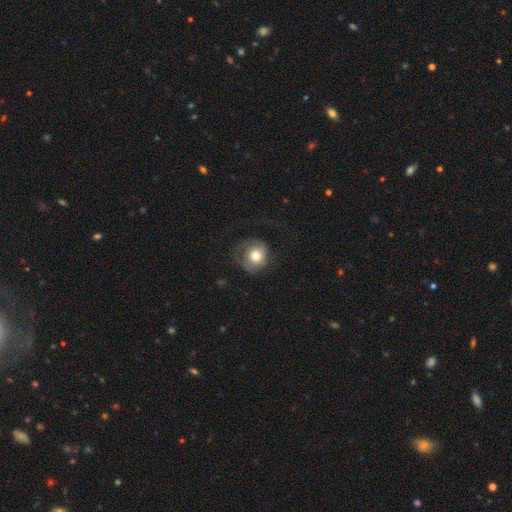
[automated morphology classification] This appears to be a smooth galaxy with no disk features (62%) that is round (86%). Merging: none (56%).